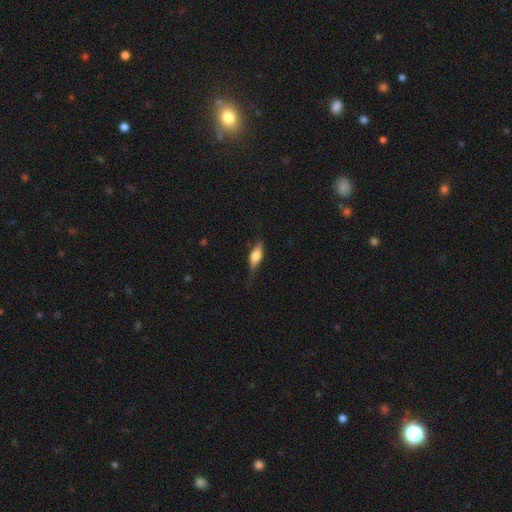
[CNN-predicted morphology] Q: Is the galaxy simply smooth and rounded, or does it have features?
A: smooth — 64%.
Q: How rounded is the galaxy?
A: in between — 66%.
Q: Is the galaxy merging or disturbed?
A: none — 62%.